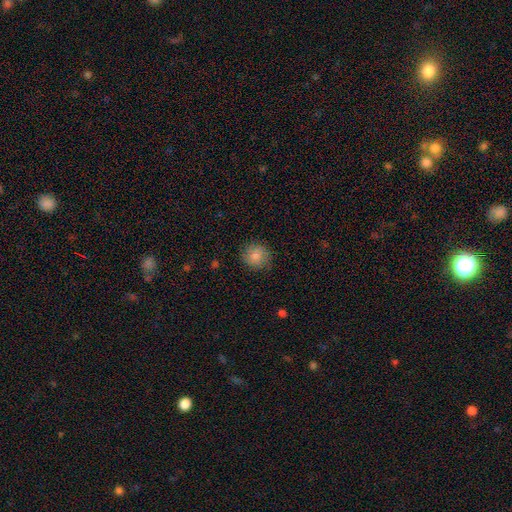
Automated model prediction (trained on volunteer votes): A smooth galaxy with no disk features (81%) that is round (90%).

Vote fractions:
- Smooth or featured? smooth: 81% / featured or disk: 11% / star or artifact: 9%
- How rounded? round: 90% / in between: 9% / cigar-shaped: 1%
- Merging? none: 83% / minor disturbance: 12% / major disturbance: 3% / merger: 1%